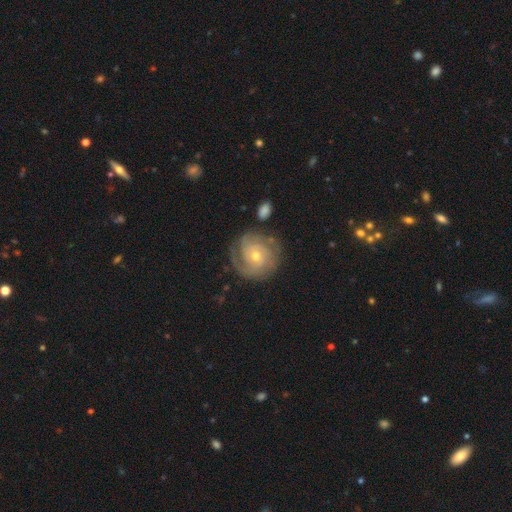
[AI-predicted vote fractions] A featured or disk galaxy (82%) with no bar (73%), 3 (28%) tight (67%) spiral arms (95%) and a small central bulge (50%). Merging: none (74%).